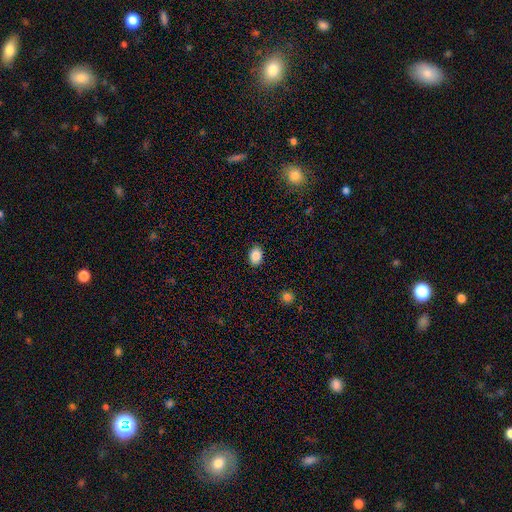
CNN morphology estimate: Smooth or featured? smooth (87%)
How rounded? in between (72%)
Merging? none (89%)